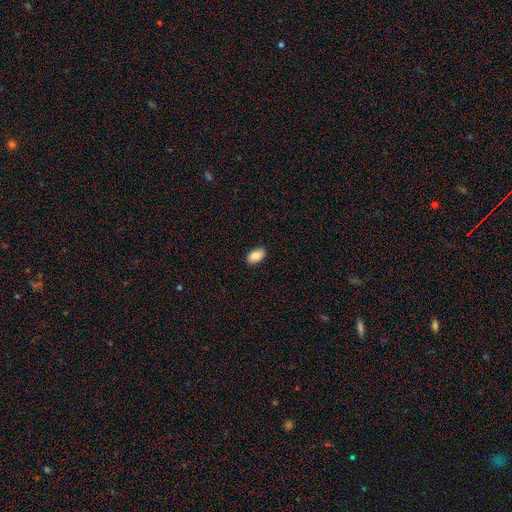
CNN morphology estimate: type=smooth (86%); roundness=in between (93%); merging=none (90%).